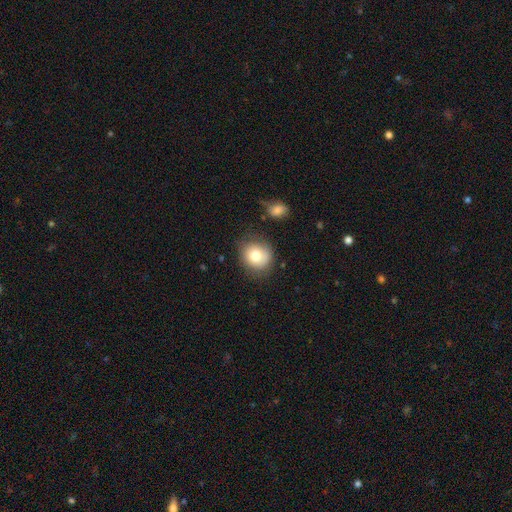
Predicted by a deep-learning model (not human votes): This appears to be a smooth galaxy with no disk features (77%) that is round (81%). Merging: none (73%).